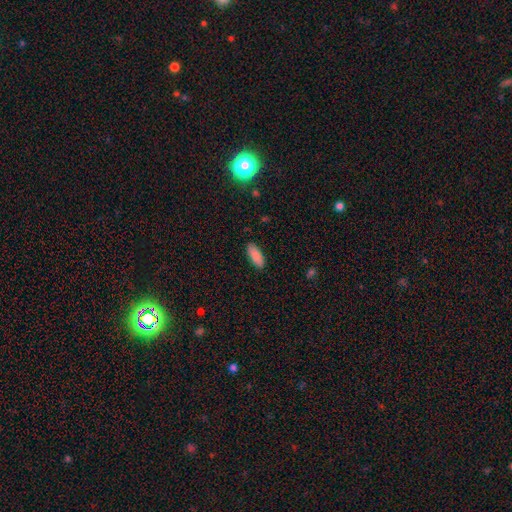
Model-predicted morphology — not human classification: Q: Smooth or featured?
A: smooth (89%); runner-up: star or artifact (6%)
Q: How rounded?
A: in between (78%); runner-up: cigar-shaped (20%)
Q: Merging?
A: none (89%); runner-up: minor disturbance (8%)